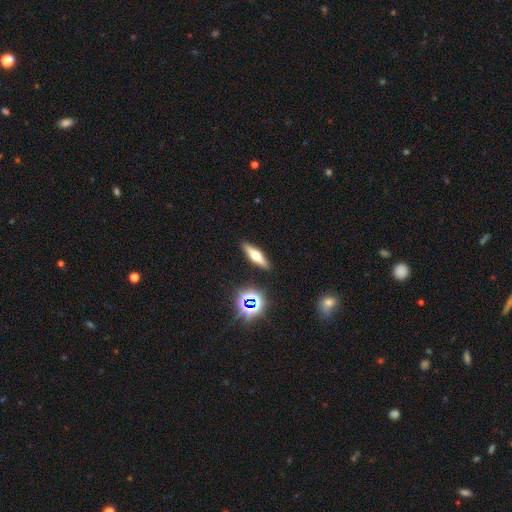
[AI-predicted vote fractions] Overall: featured or disk (52%; smooth 36%). Edge-on disk: yes (91%). Merging: none (89%).